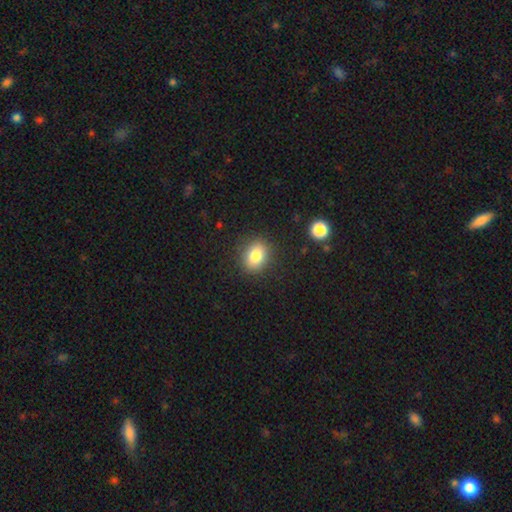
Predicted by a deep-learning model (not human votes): A smooth galaxy with no disk features (82%) that is in between round and cigar-shaped (55%). Merging: none (87%).